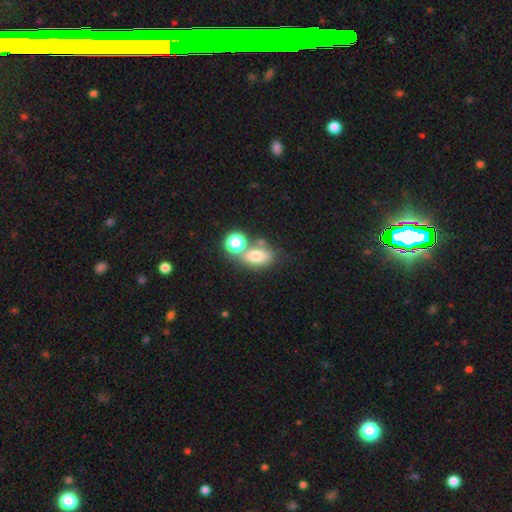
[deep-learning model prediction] Q: Smooth or featured?
A: smooth (71%); runner-up: featured or disk (15%)
Q: How rounded?
A: in between (75%); runner-up: round (22%)
Q: Merging?
A: none (48%); runner-up: merger (31%)